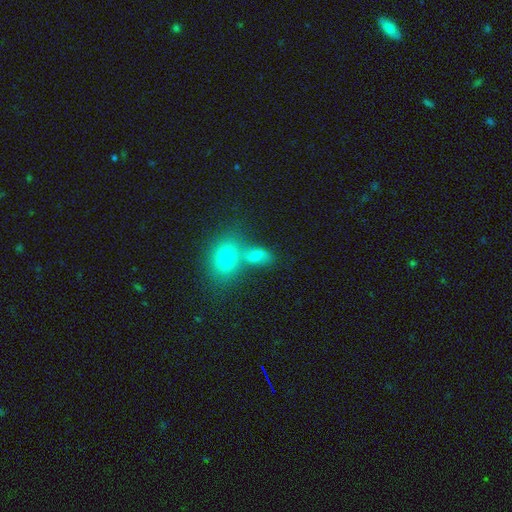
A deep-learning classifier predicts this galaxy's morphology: This is likely a smooth galaxy (70%). How rounded: likely in between (77%). Merging: marginally none (42%).